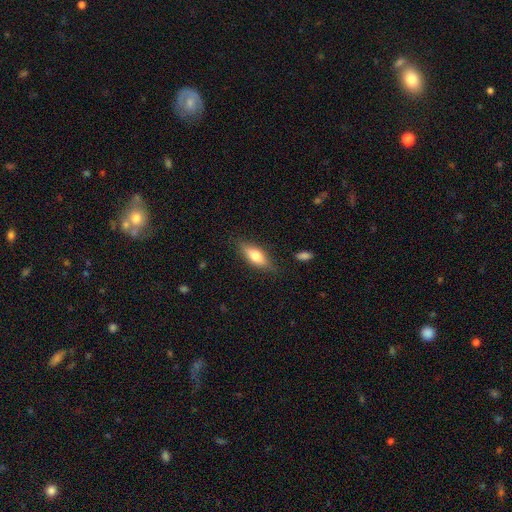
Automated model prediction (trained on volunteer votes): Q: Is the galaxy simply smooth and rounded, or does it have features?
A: smooth — 66%.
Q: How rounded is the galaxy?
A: in between — 65%.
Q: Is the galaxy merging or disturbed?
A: none — 81%.